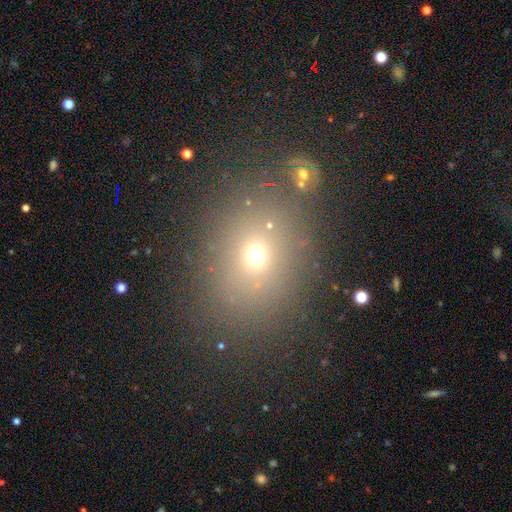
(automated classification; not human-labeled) Overall: smooth (64%). How rounded: round (56%; in between 42%). Merging: none (77%).